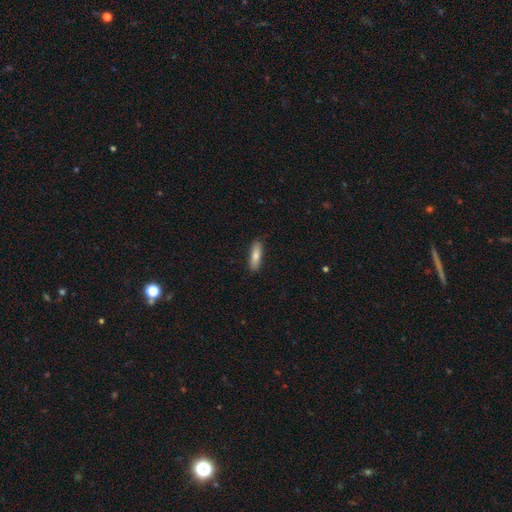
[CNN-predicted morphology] Q: Smooth or featured?
A: smooth (79%); runner-up: featured or disk (15%)
Q: How rounded?
A: cigar-shaped (54%); runner-up: in between (44%)
Q: Merging?
A: none (86%); runner-up: minor disturbance (11%)